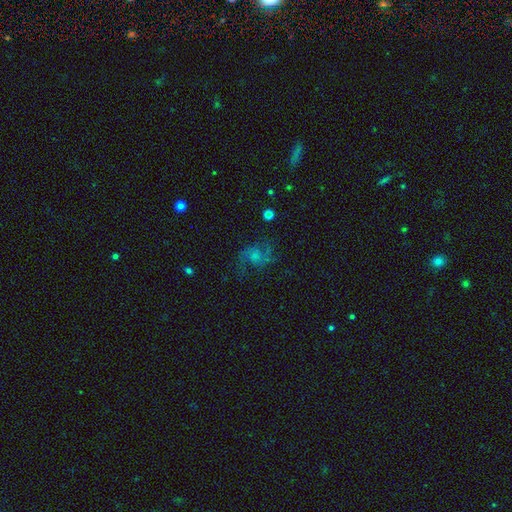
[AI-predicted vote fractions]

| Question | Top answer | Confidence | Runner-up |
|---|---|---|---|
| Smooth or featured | featured or disk | 59% | smooth (25%) |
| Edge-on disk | no | 97% | yes (3%) |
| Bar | no | 73% | weak (24%) |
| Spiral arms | yes | 83% | no (17%) |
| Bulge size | small | 35% | none (34%) |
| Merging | none | 52% | major disturbance (26%) |